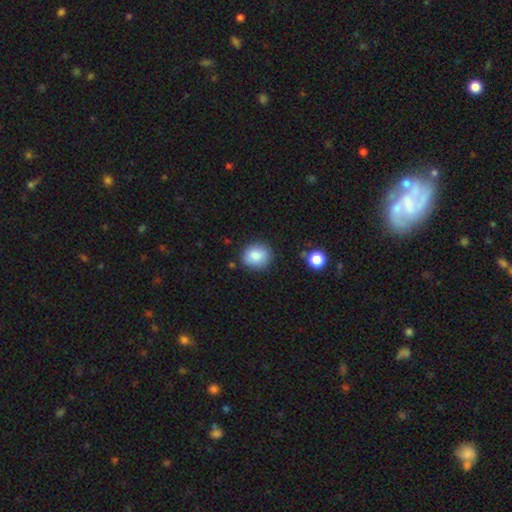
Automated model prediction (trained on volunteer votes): The model was most divided on "how rounded": round: 78%, in between: 21%, cigar-shaped: 1%. More confident: smooth or featured — smooth (84%); merging — none (84%).